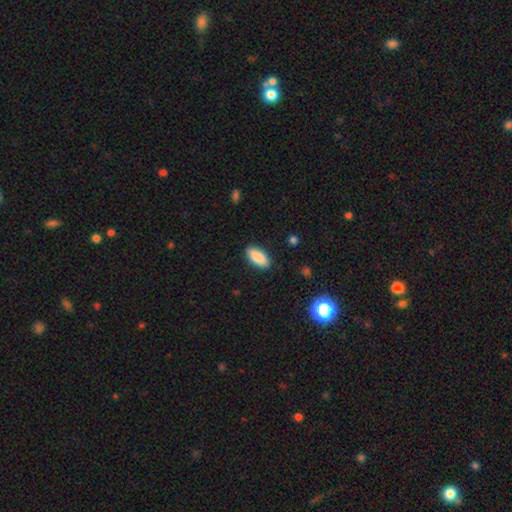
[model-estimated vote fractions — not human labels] smooth-or-featured: smooth: 88% | star or artifact: 6% | featured or disk: 6%
  how-rounded: in between: 86% | cigar-shaped: 12% | round: 2%
  merging: none: 89% | minor disturbance: 8% | major disturbance: 2% | merger: 1%